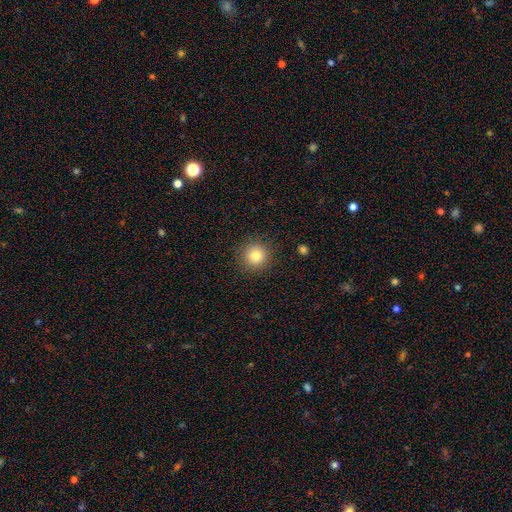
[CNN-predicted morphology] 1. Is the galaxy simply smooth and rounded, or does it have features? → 81% smooth, 12% star or artifact, 7% featured or disk.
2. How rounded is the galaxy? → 94% round, 5% in between, 1% cigar-shaped.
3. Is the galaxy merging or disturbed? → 90% none, 6% minor disturbance, 2% major disturbance, 1% merger.